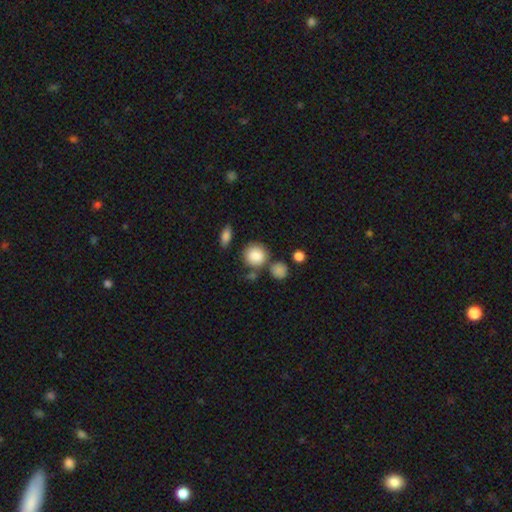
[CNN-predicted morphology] This appears to be a smooth galaxy with no disk features (85%) that is round (84%). Merging: none (70%).